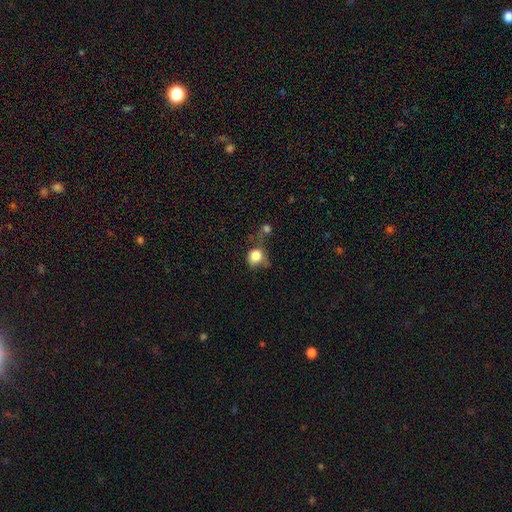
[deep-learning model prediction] The model was most divided on "merging": none: 39%, minor disturbance: 26%, major disturbance: 18%, merger: 16%. More confident: smooth or featured — smooth (81%); how rounded — round (71%).